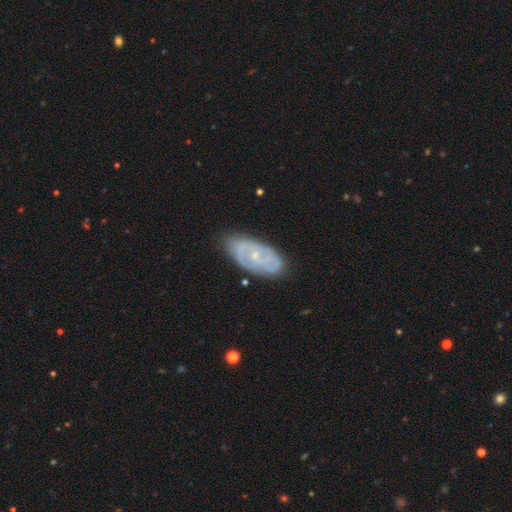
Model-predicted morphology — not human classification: Overall: featured or disk (76%). Edge-on disk: no (94%). Bar: no (65%; weak 28%). Spiral arms: yes (83%). Spiral arm count: 2 (48%; can't tell 32%). Spiral winding: tight (60%; medium 30%). Bulge size: small (75%). Merging: none (81%).